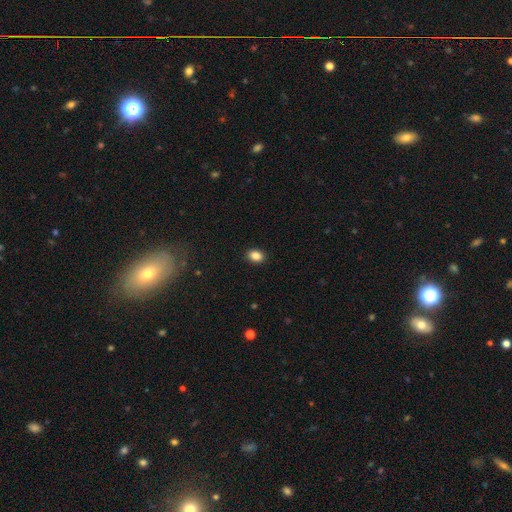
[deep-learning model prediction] smooth_or_featured: smooth (p=0.87) [alt: star or artifact p=0.09]
how_rounded: in between (p=0.71) [alt: round p=0.28]
merging: none (p=0.89) [alt: minor disturbance p=0.08]